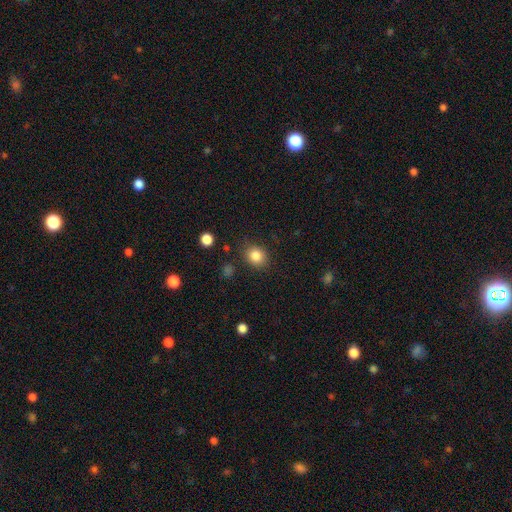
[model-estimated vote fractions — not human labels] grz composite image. It shows a smooth galaxy with no disk features (84%) that is round (68%). Merging: none (84%).